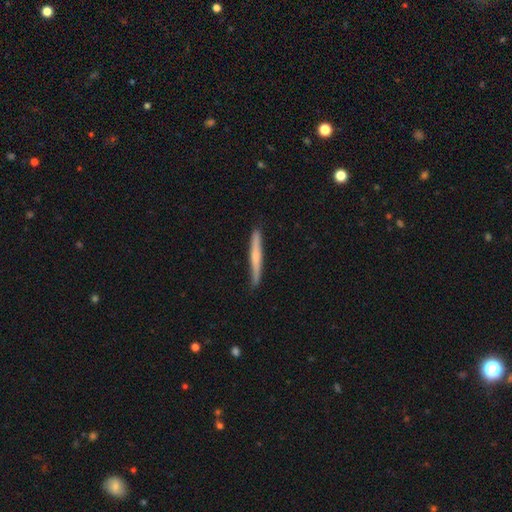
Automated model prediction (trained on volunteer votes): Morphology: type=smooth (52%); roundness=cigar-shaped (96%); merging=none (86%).